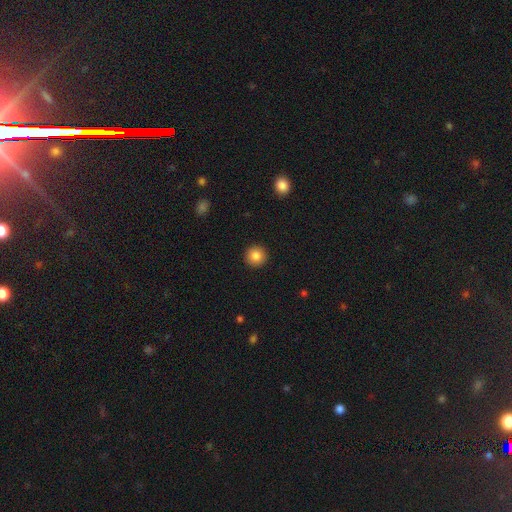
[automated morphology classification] Smooth or featured: smooth — 85% (star or artifact — 10%)
How rounded: round — 95% (in between — 4%)
Merging: none — 93% (minor disturbance — 5%)